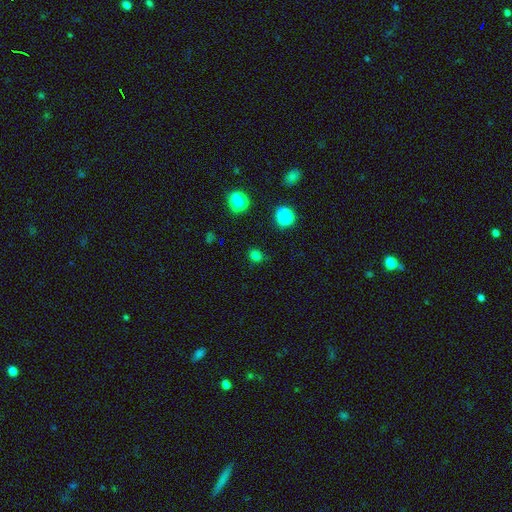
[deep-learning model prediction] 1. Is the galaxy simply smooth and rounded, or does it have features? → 73% smooth, 23% star or artifact, 4% featured or disk.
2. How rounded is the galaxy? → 68% round, 31% in between, 1% cigar-shaped.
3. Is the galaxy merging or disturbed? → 84% none, 10% minor disturbance, 3% major disturbance, 2% merger.